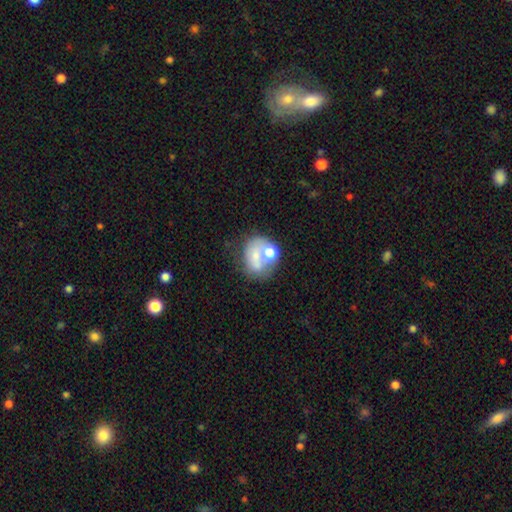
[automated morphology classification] smooth-or-featured: smooth: 53% | featured or disk: 35% | star or artifact: 13%
  how-rounded: round: 52% | in between: 47% | cigar-shaped: 1%
  merging: merger: 38% | none: 32% | minor disturbance: 16% | major disturbance: 14%